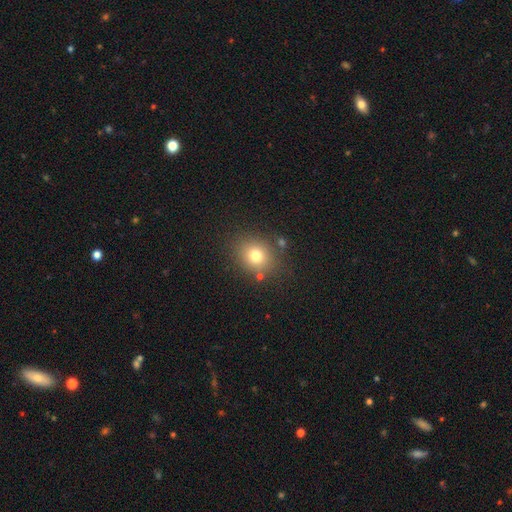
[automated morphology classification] A smooth galaxy with no disk features (76%) that is round (66%).

Vote fractions:
- Smooth or featured? smooth: 76% / star or artifact: 14% / featured or disk: 10%
- How rounded? round: 66% / in between: 34% / cigar-shaped: 1%
- Merging? none: 80% / minor disturbance: 11% / merger: 5% / major disturbance: 4%